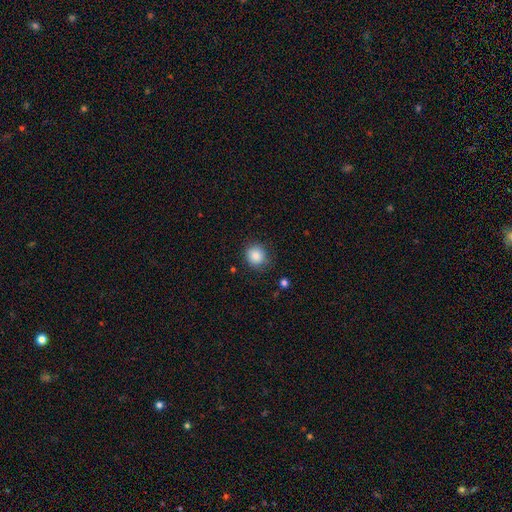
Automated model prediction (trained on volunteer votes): Smooth or featured?
  - smooth: 84% *
  - star or artifact: 10%
  - featured or disk: 6%
How rounded?
  - round: 88% *
  - in between: 11%
  - cigar-shaped: 1%
Merging?
  - none: 82% *
  - minor disturbance: 13%
  - major disturbance: 3%
  - merger: 1%